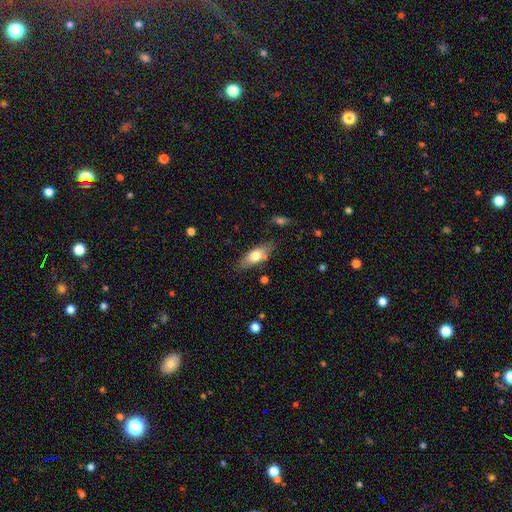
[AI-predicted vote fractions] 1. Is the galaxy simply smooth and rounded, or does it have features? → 67% smooth, 26% featured or disk, 7% star or artifact.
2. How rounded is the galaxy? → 68% in between, 29% cigar-shaped, 3% round.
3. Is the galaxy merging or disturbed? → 78% none, 14% minor disturbance, 4% merger, 3% major disturbance.